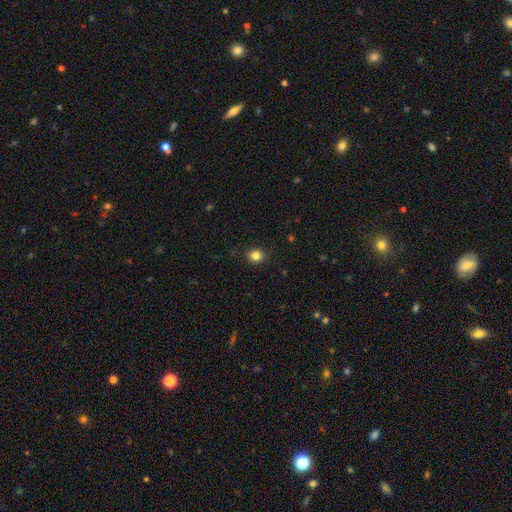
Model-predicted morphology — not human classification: type=smooth (83%); roundness=round (83%); merging=none (90%).